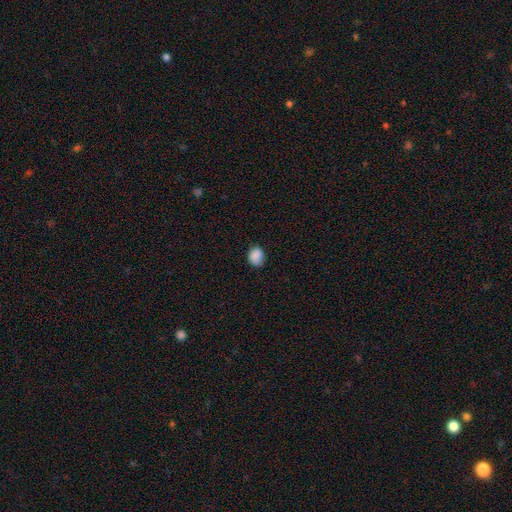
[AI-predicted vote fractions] Smooth or featured?
  - smooth: 88% *
  - star or artifact: 9%
  - featured or disk: 3%
How rounded?
  - round: 57% *
  - in between: 42%
  - cigar-shaped: 1%
Merging?
  - none: 77% *
  - minor disturbance: 19%
  - major disturbance: 3%
  - merger: 1%